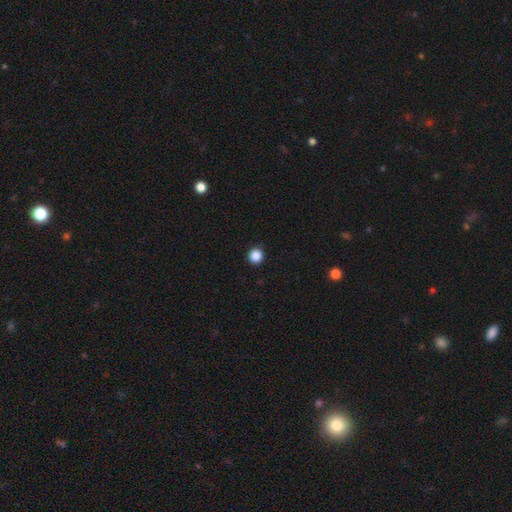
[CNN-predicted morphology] A smooth galaxy with no disk features (87%) that is round (95%).

Vote fractions:
- Smooth or featured? smooth: 87% / star or artifact: 10% / featured or disk: 2%
- How rounded? round: 95% / in between: 4% / cigar-shaped: 1%
- Merging? none: 93% / minor disturbance: 4% / major disturbance: 1% / merger: 1%